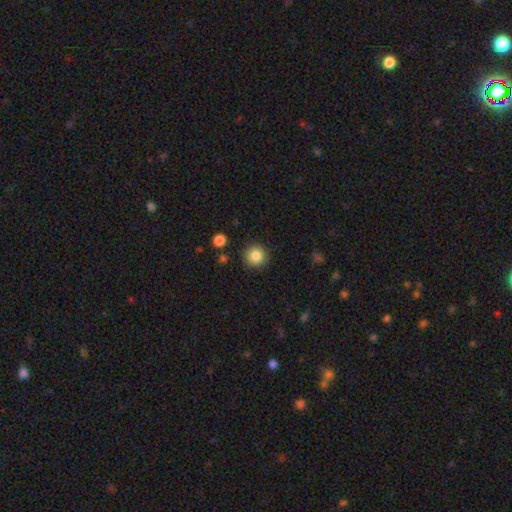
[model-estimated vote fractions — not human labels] smooth-or-featured: smooth: 85% | star or artifact: 10% | featured or disk: 5%
  how-rounded: round: 95% | in between: 4% | cigar-shaped: 1%
  merging: none: 90% | minor disturbance: 7% | major disturbance: 2% | merger: 2%